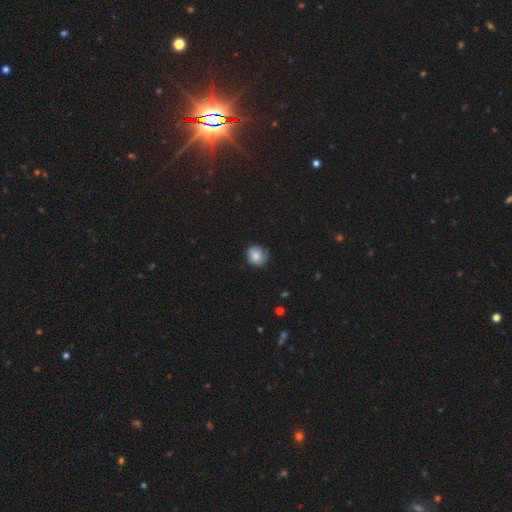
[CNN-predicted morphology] smooth 72%, featured or disk 20%, star or artifact 8%. Down the decision tree: how rounded — round (81%); merging — none (70%).